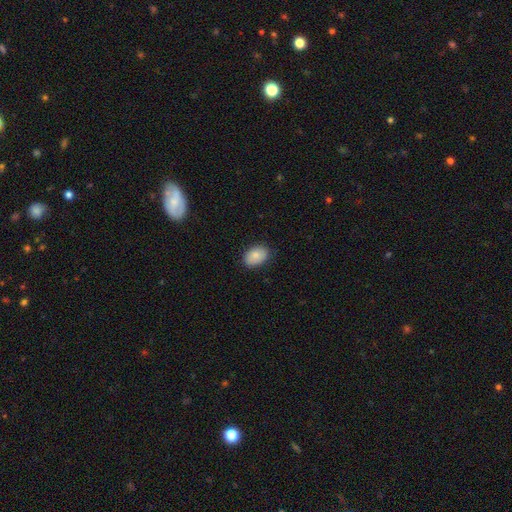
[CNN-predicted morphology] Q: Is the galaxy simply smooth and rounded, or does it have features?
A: smooth — 86%.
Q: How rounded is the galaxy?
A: in between — 86%.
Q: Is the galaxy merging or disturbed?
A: none — 85%.